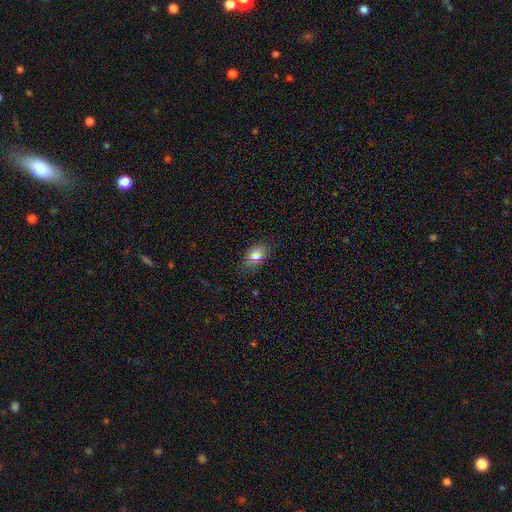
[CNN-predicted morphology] A smooth galaxy with no disk features (71%) that is in between round and cigar-shaped (85%). Merging: none (84%).